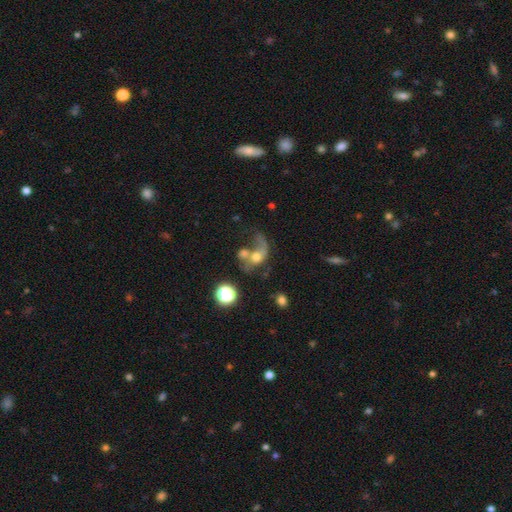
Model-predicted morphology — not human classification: The model was most divided on "smooth or featured": featured or disk: 45%, smooth: 40%, star or artifact: 15%. Remaining: merging — merger (47%).